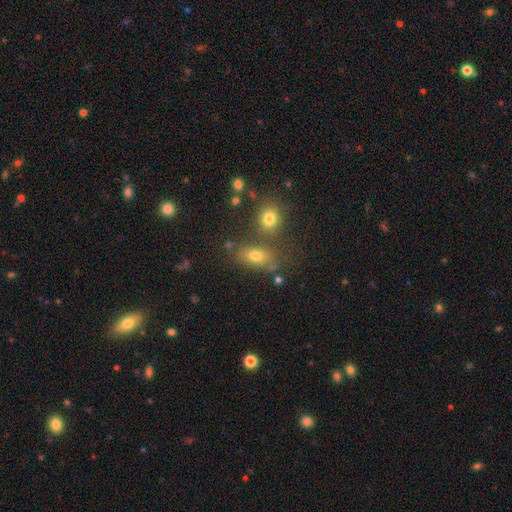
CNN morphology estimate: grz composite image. It shows a smooth galaxy with no disk features (70%) that is in between round and cigar-shaped (79%). Merging: none (64%).